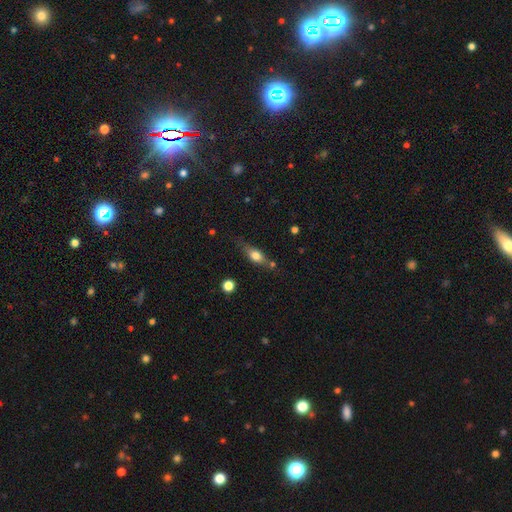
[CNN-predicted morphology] Smooth or featured: smooth — 62% (featured or disk — 30%)
How rounded: in between — 64% (cigar-shaped — 27%)
Merging: none — 60% (minor disturbance — 24%)